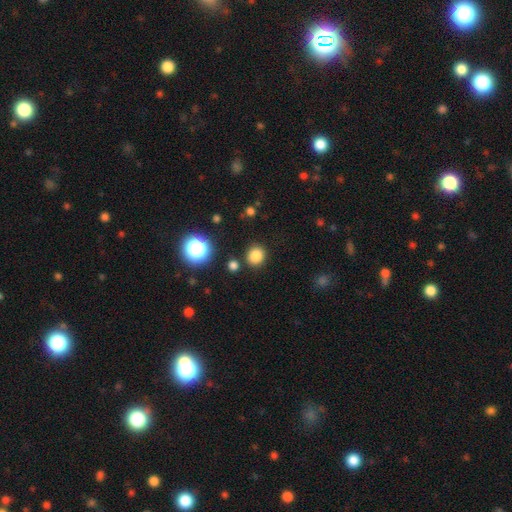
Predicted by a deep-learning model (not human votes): A smooth galaxy with no disk features (82%) that is round (83%). Merging: none (85%).